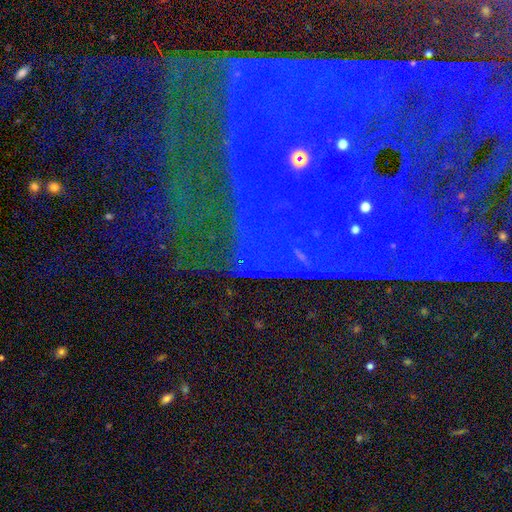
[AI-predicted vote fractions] A star or artifact, not a galaxy (76%).